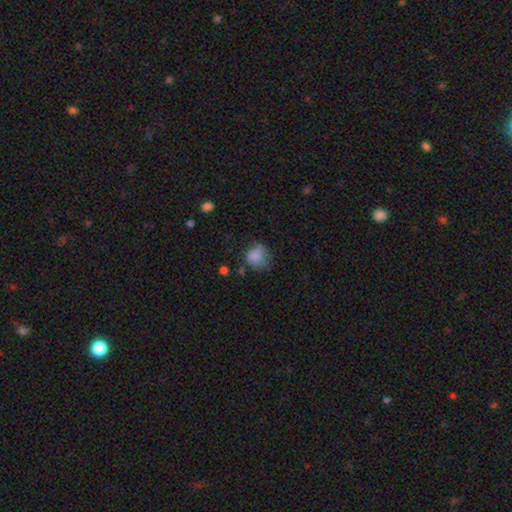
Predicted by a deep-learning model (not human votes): This appears to be a smooth galaxy with no disk features (80%) that is round (74%). Merging: none (52%).